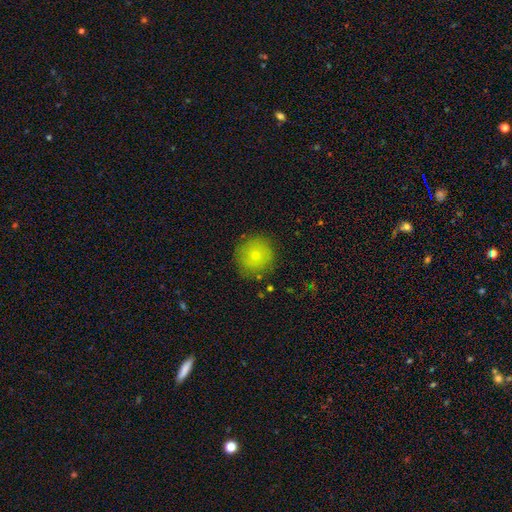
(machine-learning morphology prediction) A smooth galaxy with no disk features (75%) that is round (94%).

Vote fractions:
- Smooth or featured? smooth: 75% / featured or disk: 15% / star or artifact: 10%
- How rounded? round: 94% / in between: 6% / cigar-shaped: 1%
- Merging? none: 83% / minor disturbance: 12% / major disturbance: 3% / merger: 2%